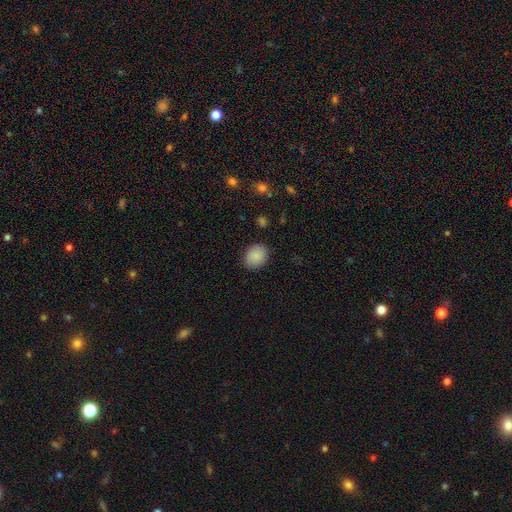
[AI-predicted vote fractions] Q: Smooth or featured?
A: smooth (87%); runner-up: star or artifact (8%)
Q: How rounded?
A: round (50%); runner-up: in between (49%)
Q: Merging?
A: none (87%); runner-up: minor disturbance (10%)